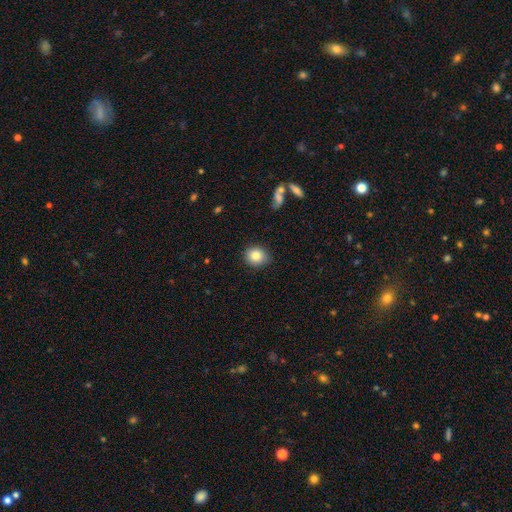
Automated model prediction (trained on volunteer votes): Smooth or featured? Predicted: smooth (p=0.83). How rounded? Predicted: round (p=0.74). Merging? Predicted: none (p=0.86).